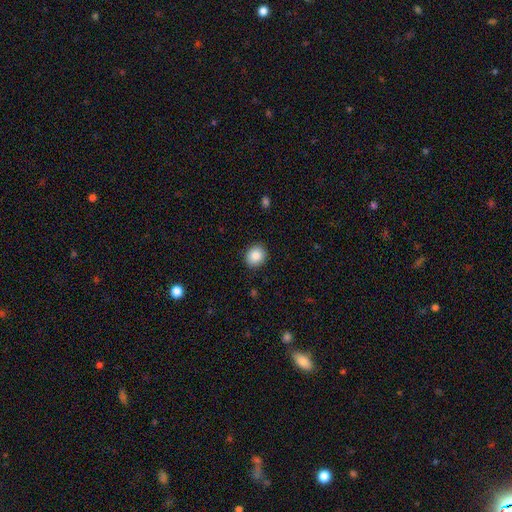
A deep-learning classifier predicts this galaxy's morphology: Smooth or featured? smooth (87%)
How rounded? round (75%)
Merging? none (90%)